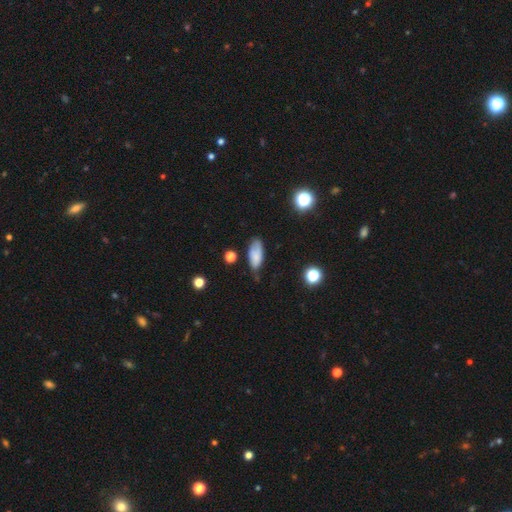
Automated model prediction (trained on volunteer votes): This appears to be a smooth galaxy with no disk features (78%) that is in between round and cigar-shaped (83%). Merging: none (60%).